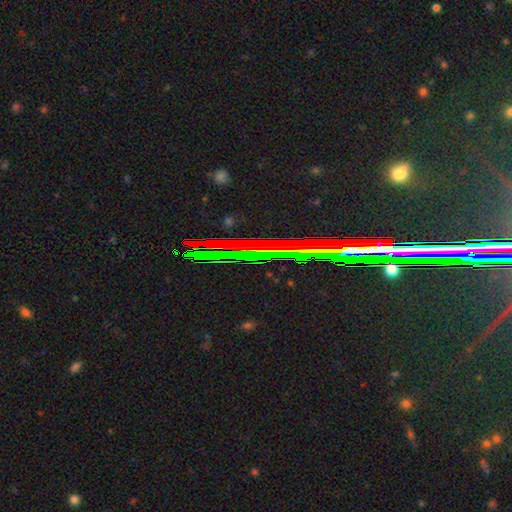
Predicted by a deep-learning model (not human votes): Smooth or featured? Predicted: star or artifact (p=0.76).